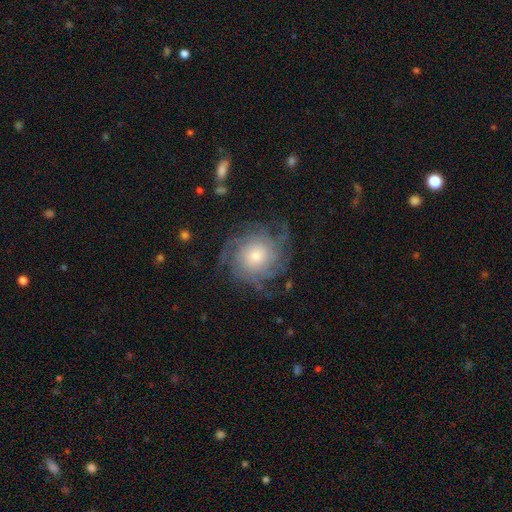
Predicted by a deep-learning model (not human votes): Smooth or featured? featured or disk (78%)
Edge-on disk? no (97%)
Bar? no (81%)
Spiral arms? yes (94%)
Spiral winding? tight (64%)
Spiral arm count? can't tell (35%)
Bulge size? moderate (44%)
Merging? none (74%)